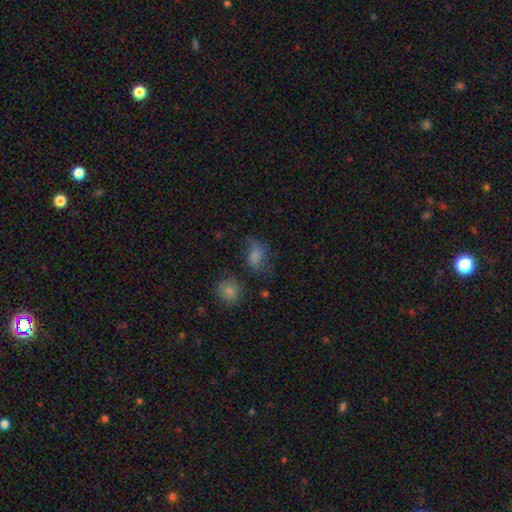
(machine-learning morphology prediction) This appears to be a smooth galaxy with no disk features (73%) that is in between round and cigar-shaped (70%). Merging: none (45%).